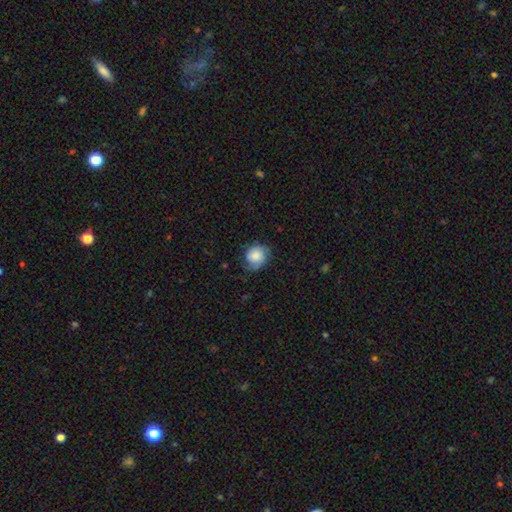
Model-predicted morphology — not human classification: A smooth galaxy with no disk features (67%) that is round (75%). Merging: none (59%).